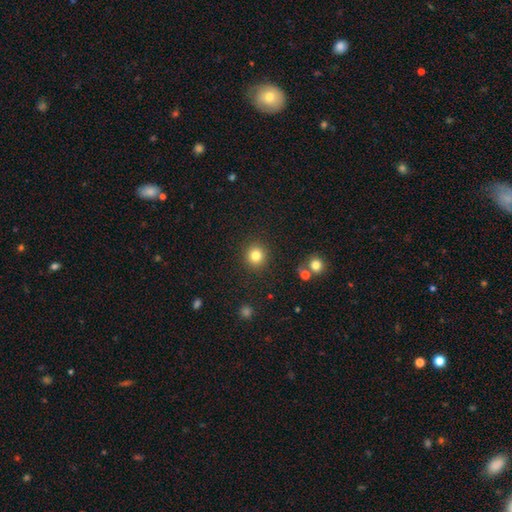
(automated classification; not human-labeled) This is clearly a smooth galaxy (82%). How rounded: clearly round (92%). Merging: clearly none (90%).